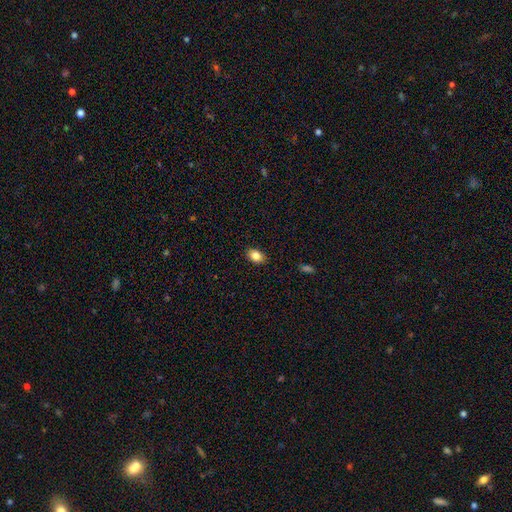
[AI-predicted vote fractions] Smooth or featured? Predicted: smooth (p=0.84). How rounded? Predicted: in between (p=0.84). Merging? Predicted: none (p=0.88).